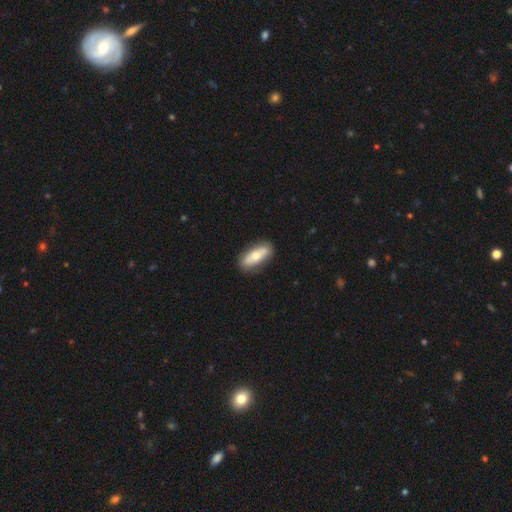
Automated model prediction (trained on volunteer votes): A smooth galaxy with no disk features (58%) that is in between round and cigar-shaped (71%).

Vote fractions:
- Smooth or featured? smooth: 58% / featured or disk: 36% / star or artifact: 6%
- How rounded? in between: 71% / cigar-shaped: 26% / round: 3%
- Merging? none: 85% / minor disturbance: 11% / major disturbance: 3% / merger: 1%